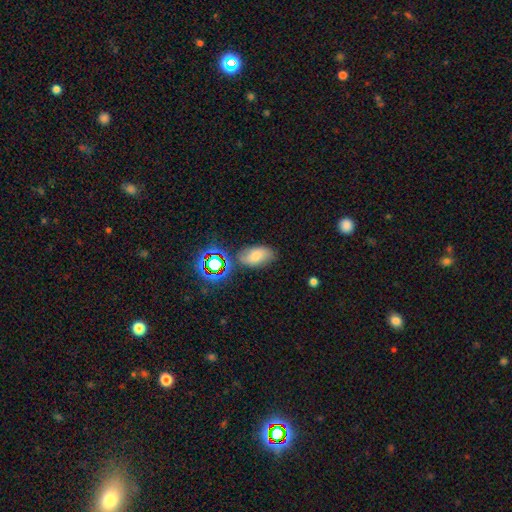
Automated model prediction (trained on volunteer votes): Overall: smooth (57%; star or artifact 25%). How rounded: in between (88%). Merging: none (70%).